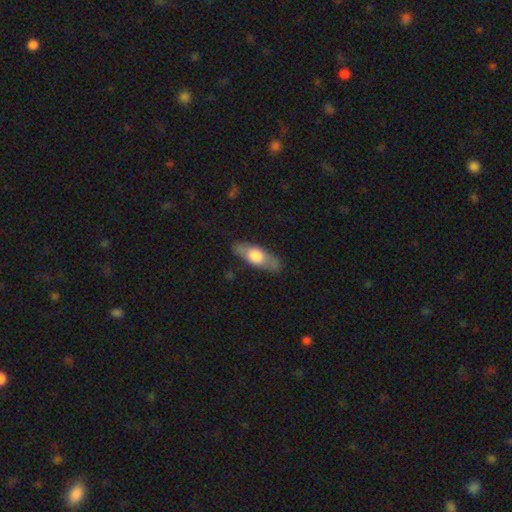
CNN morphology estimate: Smooth or featured? smooth (54%)
How rounded? in between (53%)
Merging? none (82%)